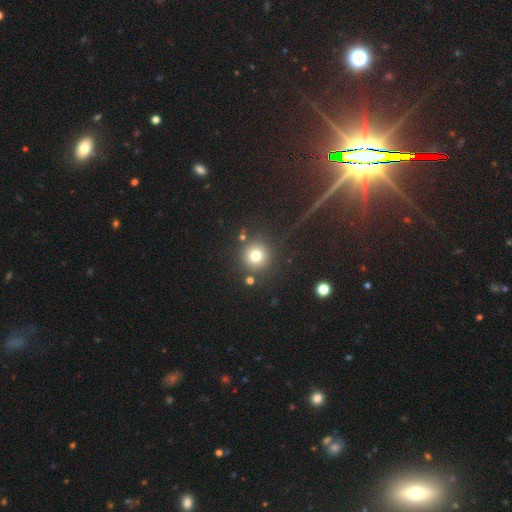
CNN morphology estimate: smooth-or-featured: smooth: 75% | star or artifact: 16% | featured or disk: 9%
  how-rounded: round: 94% | in between: 5% | cigar-shaped: 1%
  merging: none: 84% | minor disturbance: 7% | merger: 5% | major disturbance: 4%